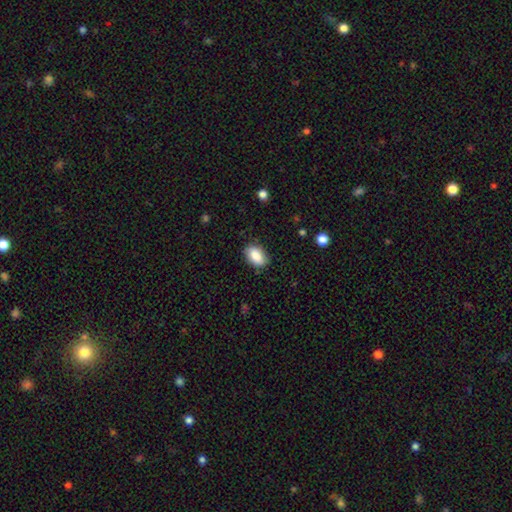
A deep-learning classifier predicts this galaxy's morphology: The model was most divided on "merging": none: 84%, minor disturbance: 12%, major disturbance: 3%, merger: 1%. More confident: how rounded — in between (90%); smooth or featured — smooth (86%).